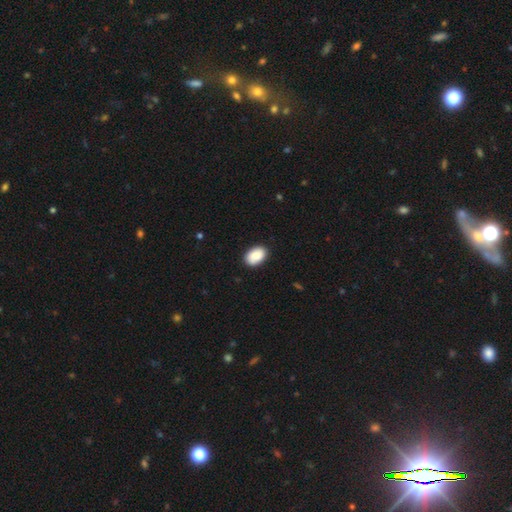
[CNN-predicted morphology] This is clearly a smooth galaxy (86%). How rounded: clearly in between (86%). Merging: clearly none (86%).